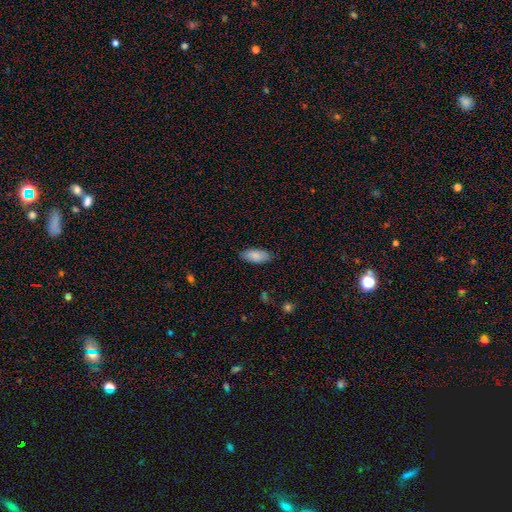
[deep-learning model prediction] The model was most divided on "merging": none: 83%, minor disturbance: 13%, major disturbance: 2%, merger: 1%. More confident: how rounded — in between (90%); smooth or featured — smooth (86%).